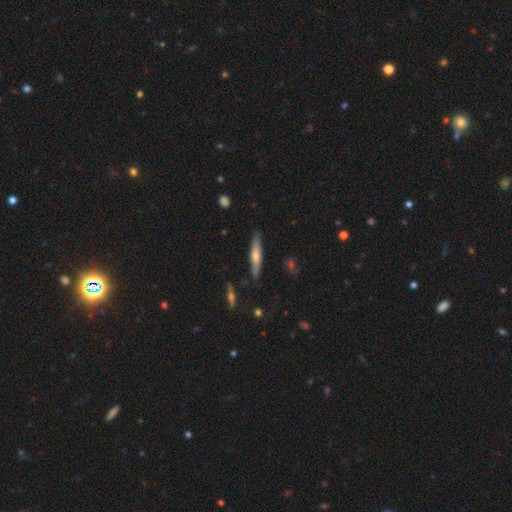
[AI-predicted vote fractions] A smooth galaxy with no disk features (51%) that is cigar-shaped (89%).

Vote fractions:
- Smooth or featured? smooth: 51% / featured or disk: 43% / star or artifact: 6%
- How rounded? cigar-shaped: 89% / in between: 9% / round: 2%
- Merging? none: 85% / minor disturbance: 11% / merger: 2% / major disturbance: 2%